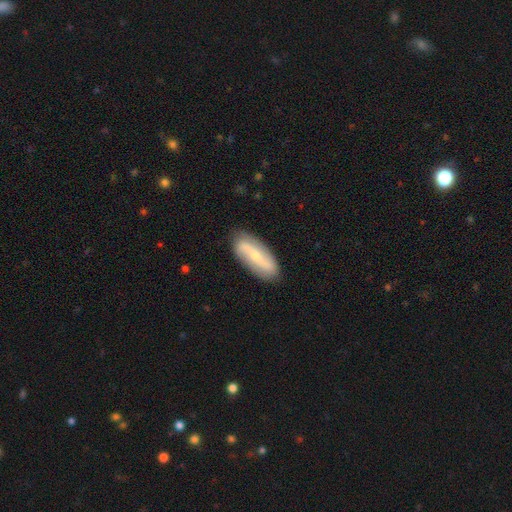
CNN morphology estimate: Smooth or featured: featured or disk — 69% (smooth — 25%)
Edge-on disk: no — 88% (yes — 12%)
Bar: strong — 36% (weak — 33%)
Spiral arms: yes — 87% (no — 13%)
Spiral winding: loose — 69% (medium — 20%)
Spiral arm count: 2 — 90% (can't tell — 6%)
Bulge size: small — 67% (moderate — 28%)
Merging: none — 85% (minor disturbance — 11%)